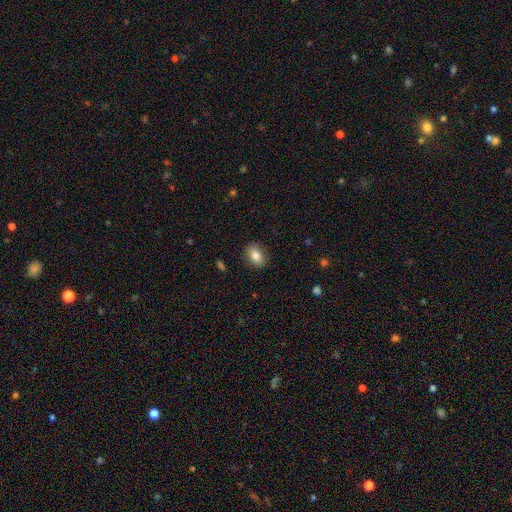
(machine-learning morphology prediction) Overall: smooth (81%). How rounded: in between (78%). Merging: none (88%).